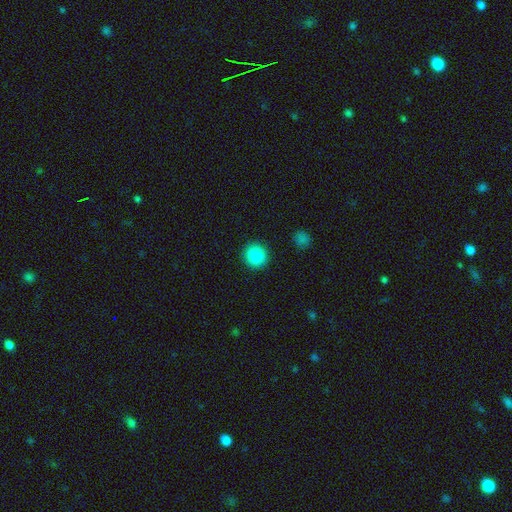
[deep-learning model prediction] This is clearly a smooth galaxy (86%). How rounded: clearly round (93%). Merging: clearly none (92%).